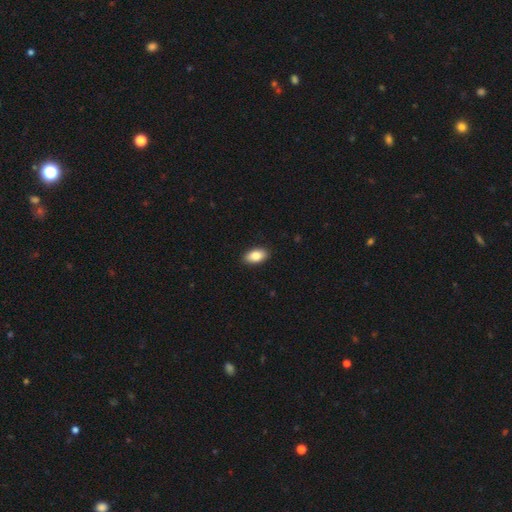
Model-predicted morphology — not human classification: The model was most divided on "smooth or featured": smooth: 86%, featured or disk: 7%, star or artifact: 7%. More confident: how rounded — in between (93%); merging — none (91%).